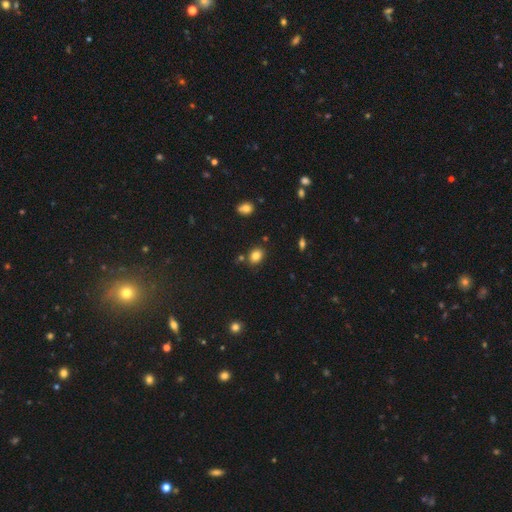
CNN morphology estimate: This is clearly a smooth galaxy (82%). How rounded: likely in between (64%). Merging: likely none (79%).